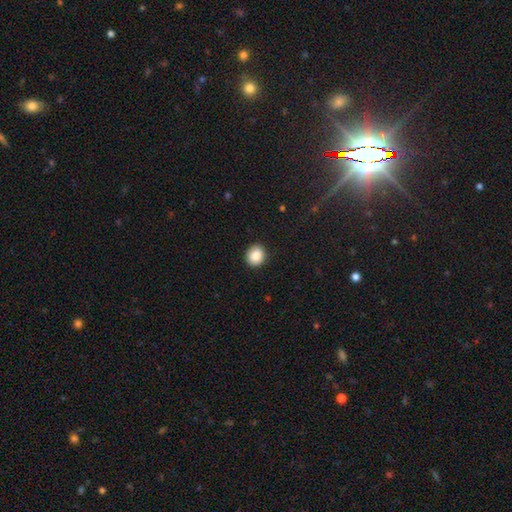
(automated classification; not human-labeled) Morphology: type=smooth (87%); roundness=round (75%); merging=none (90%).